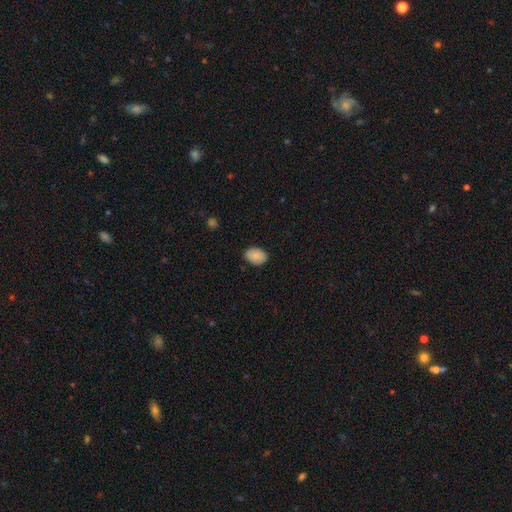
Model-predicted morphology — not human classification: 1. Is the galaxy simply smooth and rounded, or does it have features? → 83% smooth, 10% featured or disk, 7% star or artifact.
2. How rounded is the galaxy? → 82% in between, 17% round, 1% cigar-shaped.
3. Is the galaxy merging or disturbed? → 80% none, 16% minor disturbance, 3% major disturbance, 1% merger.